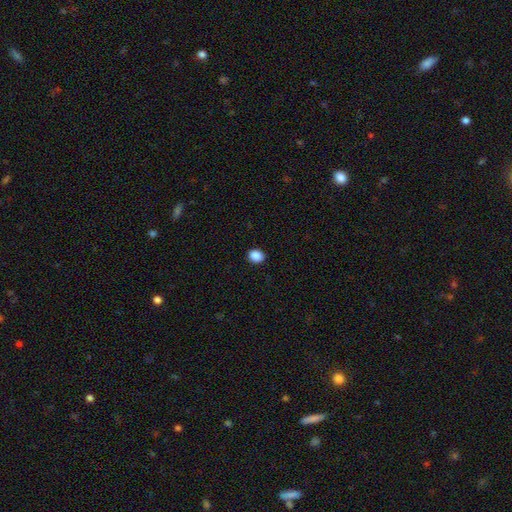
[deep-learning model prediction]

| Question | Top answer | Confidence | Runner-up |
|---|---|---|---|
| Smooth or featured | smooth | 89% | star or artifact (9%) |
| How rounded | round | 62% | in between (38%) |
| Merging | none | 91% | minor disturbance (6%) |